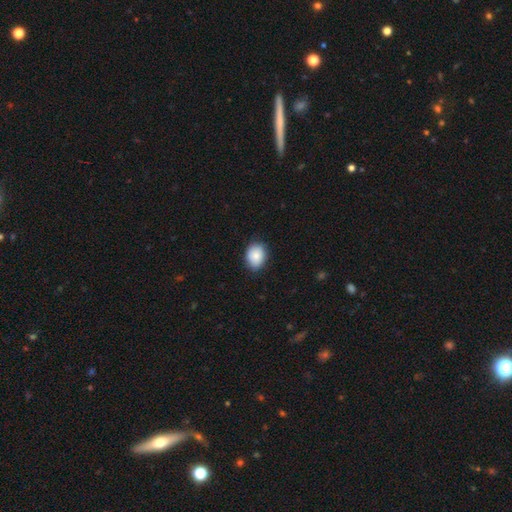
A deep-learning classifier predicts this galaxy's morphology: A smooth galaxy with no disk features (84%) that is in between round and cigar-shaped (56%).

Vote fractions:
- Smooth or featured? smooth: 84% / featured or disk: 8% / star or artifact: 8%
- How rounded? in between: 56% / round: 43% / cigar-shaped: 1%
- Merging? none: 81% / minor disturbance: 15% / major disturbance: 2% / merger: 1%